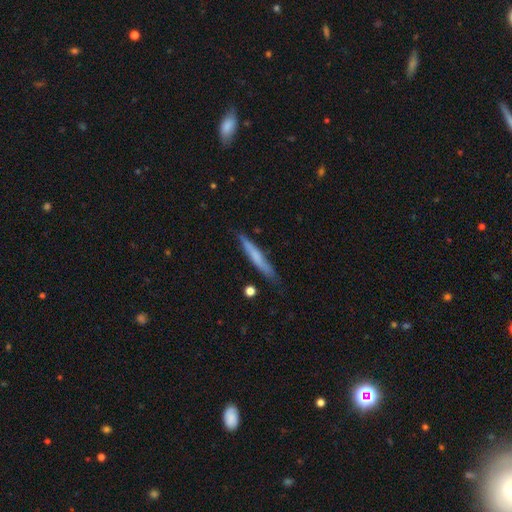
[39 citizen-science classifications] This appears to be a smooth galaxy with no disk features (54%) that is cigar-shaped (95%). Merging: none (83%).